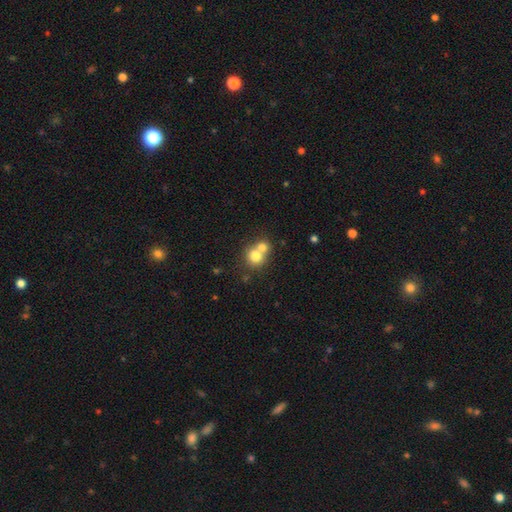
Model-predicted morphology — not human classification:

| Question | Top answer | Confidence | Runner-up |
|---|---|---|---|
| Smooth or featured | smooth | 75% | featured or disk (14%) |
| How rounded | round | 80% | in between (19%) |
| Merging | merger | 58% | none (34%) |